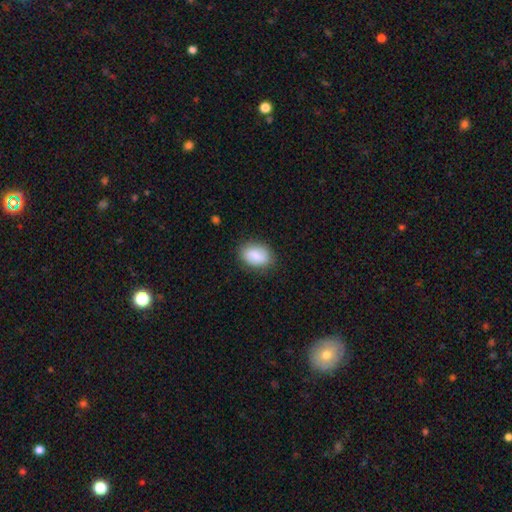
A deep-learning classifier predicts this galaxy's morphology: The model was most divided on "how rounded": in between: 82%, round: 17%, cigar-shaped: 1%. More confident: smooth or featured — smooth (81%); merging — none (81%).